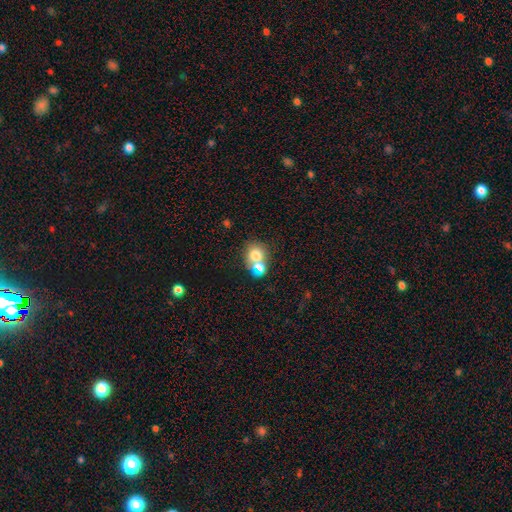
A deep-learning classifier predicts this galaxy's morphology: smooth 73%, featured or disk 16%, star or artifact 11%. Down the decision tree: how rounded — round (70%); merging — merger (51%).